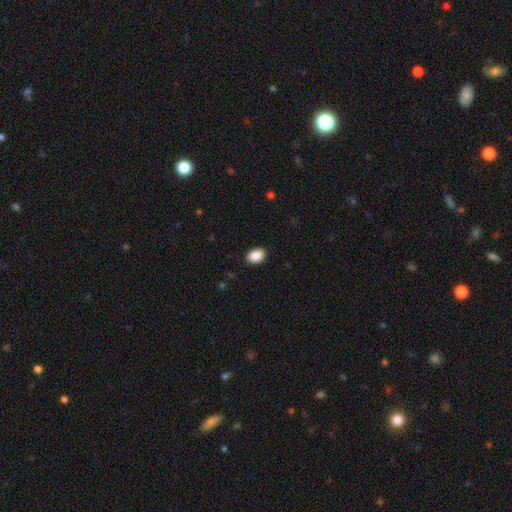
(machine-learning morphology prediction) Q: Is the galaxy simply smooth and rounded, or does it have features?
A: smooth — 90%.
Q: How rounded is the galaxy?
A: in between — 82%.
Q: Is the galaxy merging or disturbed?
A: none — 89%.